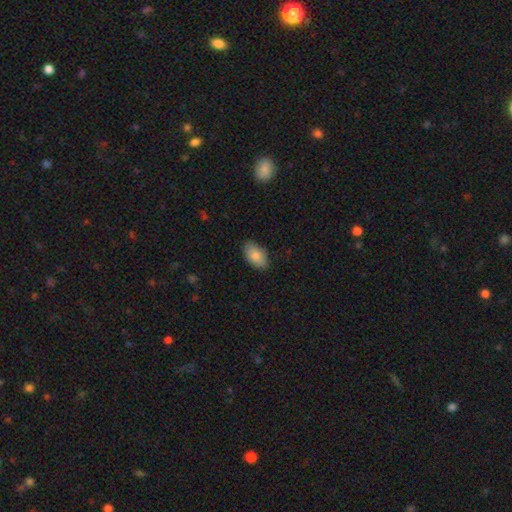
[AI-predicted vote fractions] Smooth or featured?
  - smooth: 82% *
  - featured or disk: 11%
  - star or artifact: 7%
How rounded?
  - in between: 93% *
  - round: 6%
  - cigar-shaped: 2%
Merging?
  - none: 84% *
  - minor disturbance: 13%
  - major disturbance: 2%
  - merger: 1%